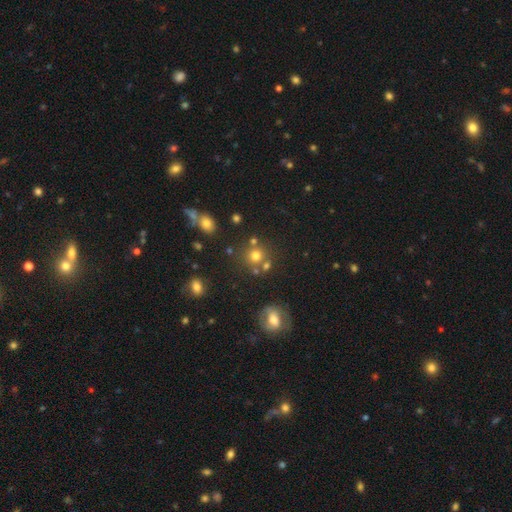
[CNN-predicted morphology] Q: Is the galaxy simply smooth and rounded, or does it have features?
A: smooth — 72%.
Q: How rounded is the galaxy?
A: round — 88%.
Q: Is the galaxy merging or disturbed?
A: none — 67%.